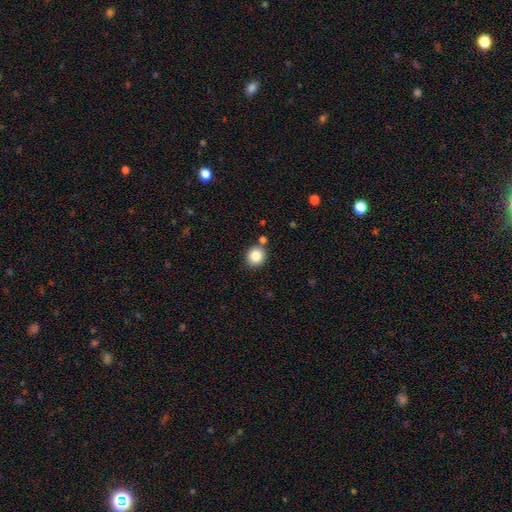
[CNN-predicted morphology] Smooth or featured?
  - smooth: 85% *
  - star or artifact: 10%
  - featured or disk: 5%
How rounded?
  - round: 90% *
  - in between: 9%
  - cigar-shaped: 1%
Merging?
  - none: 83% *
  - minor disturbance: 8%
  - merger: 7%
  - major disturbance: 2%